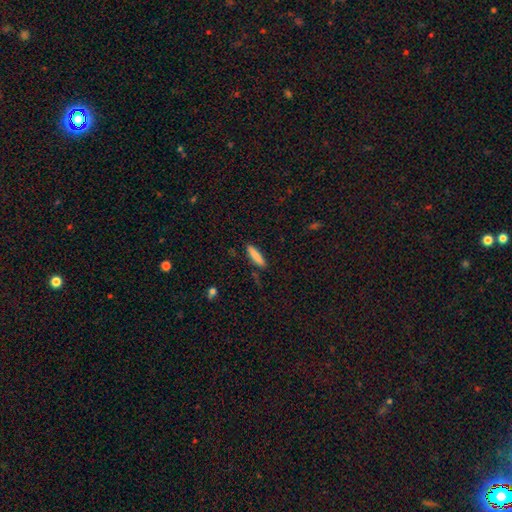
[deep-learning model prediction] The model was most divided on "how rounded": cigar-shaped: 80%, in between: 18%, round: 2%. More confident: merging — none (84%); smooth or featured — smooth (82%).